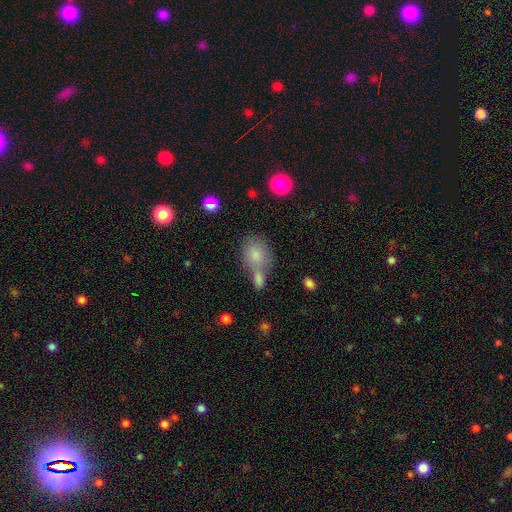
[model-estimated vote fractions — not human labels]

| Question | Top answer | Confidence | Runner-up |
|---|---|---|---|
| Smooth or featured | smooth | 81% | featured or disk (10%) |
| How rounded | in between | 52% | round (46%) |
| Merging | none | 42% | tied: merger (42%) |